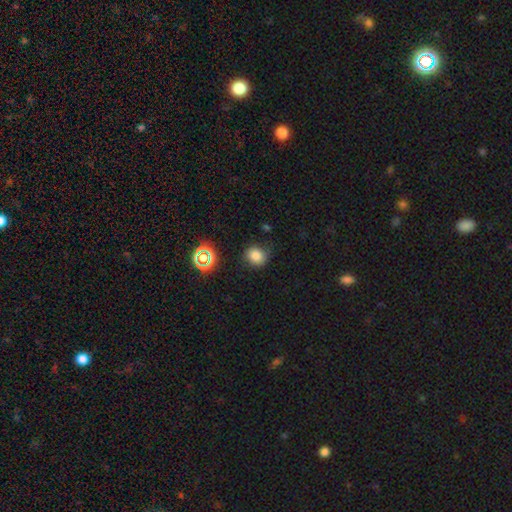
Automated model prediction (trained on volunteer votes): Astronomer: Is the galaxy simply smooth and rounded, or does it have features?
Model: smooth — 77%.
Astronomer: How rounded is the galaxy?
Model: round — 78%.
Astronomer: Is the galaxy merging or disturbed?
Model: none — 74%.